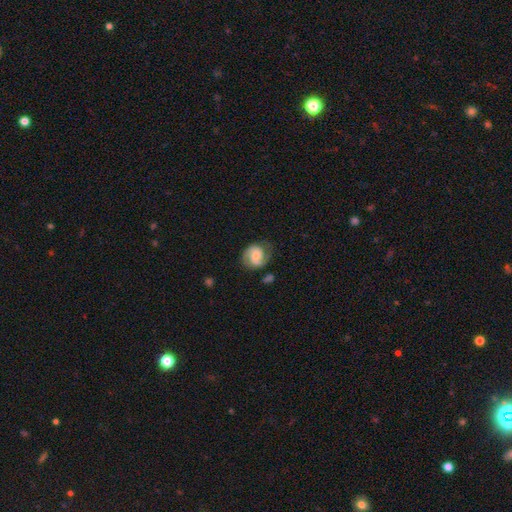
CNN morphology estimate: This appears to be a featured or disk galaxy (69%) with no bar (50%), 2 (86%) medium (47%) spiral arms (94%) and a small central bulge (44%). Merging: none (70%).